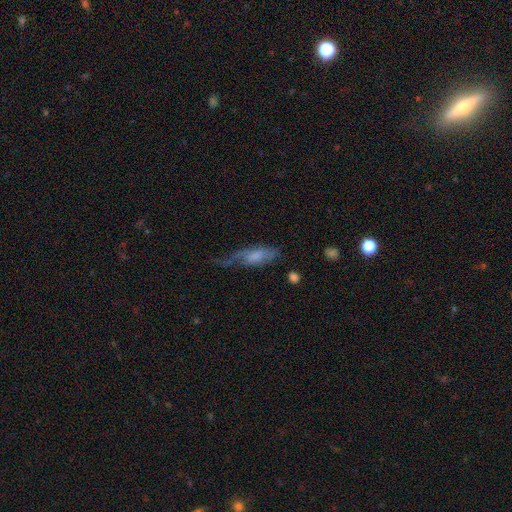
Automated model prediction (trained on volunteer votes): Smooth or featured? smooth (54%)
How rounded? in between (62%)
Merging? major disturbance (38%)